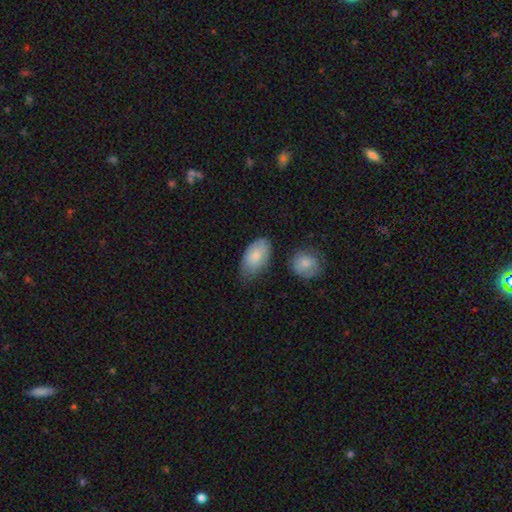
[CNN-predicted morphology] smooth 80%, featured or disk 14%, star or artifact 6%. Down the decision tree: how rounded — in between (93%); merging — none (61%).